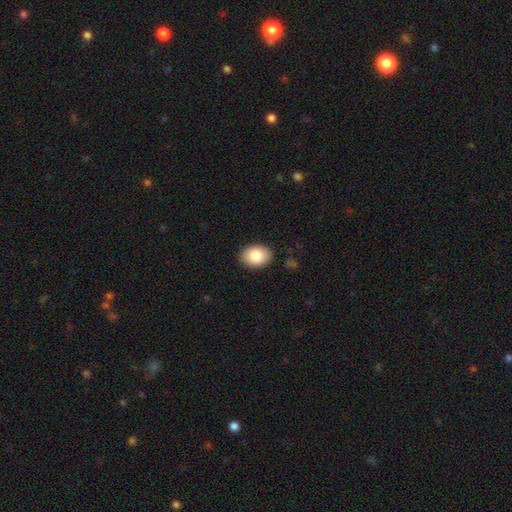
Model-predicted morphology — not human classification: Smooth or featured?
  - smooth: 85% *
  - featured or disk: 8%
  - star or artifact: 7%
How rounded?
  - in between: 79% *
  - round: 20%
  - cigar-shaped: 1%
Merging?
  - none: 88% *
  - minor disturbance: 9%
  - major disturbance: 2%
  - merger: 1%